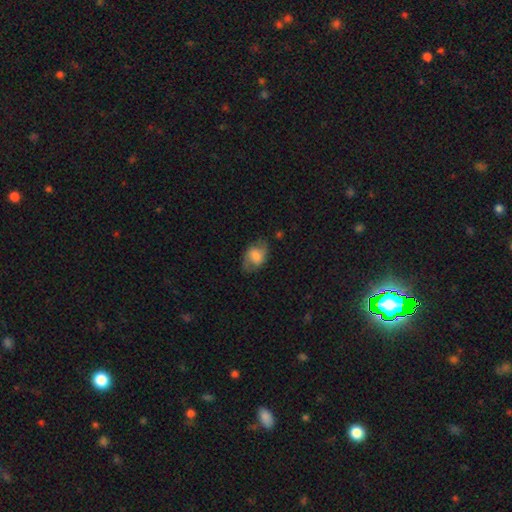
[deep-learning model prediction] Smooth or featured? Predicted: smooth (p=0.57). How rounded? Predicted: in between (p=0.76). Merging? Predicted: none (p=0.64).